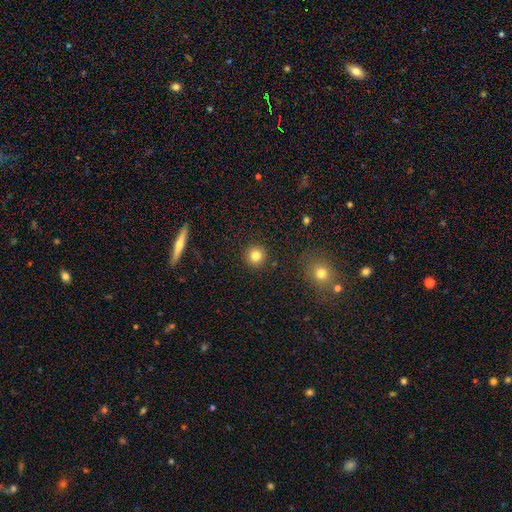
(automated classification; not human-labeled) smooth_or_featured: smooth (p=0.83) [alt: star or artifact p=0.11]
how_rounded: round (p=0.94) [alt: in between p=0.05]
merging: none (p=0.91) [alt: minor disturbance p=0.05]